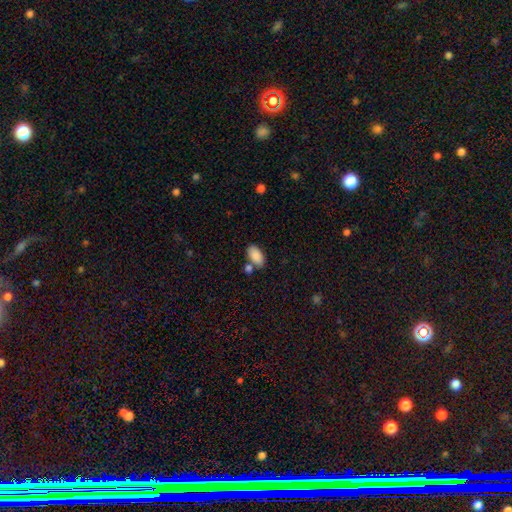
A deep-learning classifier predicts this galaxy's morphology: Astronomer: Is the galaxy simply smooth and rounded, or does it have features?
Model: smooth — 88%.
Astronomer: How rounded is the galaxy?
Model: in between — 94%.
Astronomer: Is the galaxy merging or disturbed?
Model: none — 65%.